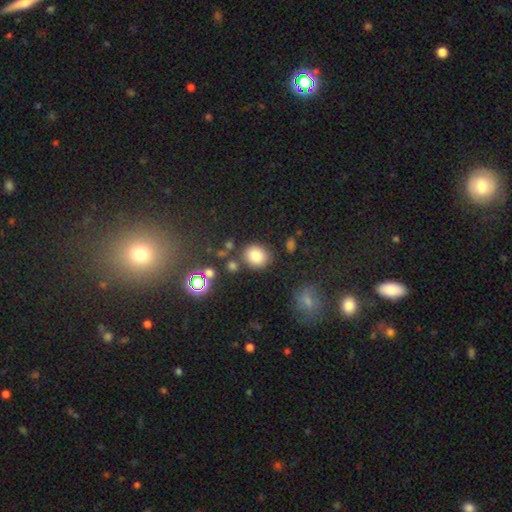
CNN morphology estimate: A smooth galaxy with no disk features (81%) that is round (71%). Merging: none (78%).